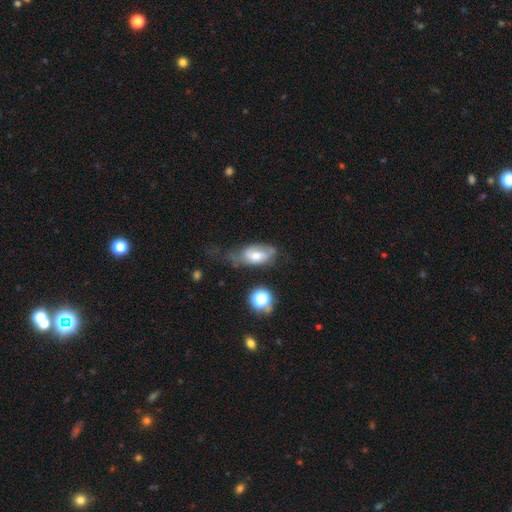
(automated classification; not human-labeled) smooth 45% (tied), featured or disk 45% (tied), star or artifact 10%. Down the decision tree: merging — major disturbance (32%, tied with minor disturbance).